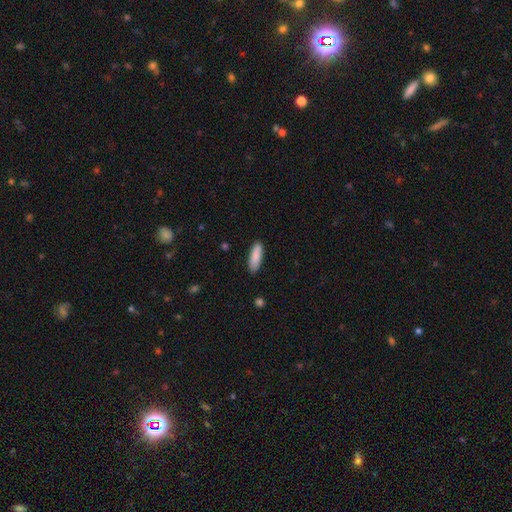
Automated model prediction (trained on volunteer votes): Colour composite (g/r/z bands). It shows a smooth galaxy with no disk features (88%) that is cigar-shaped (51%). Merging: none (87%).